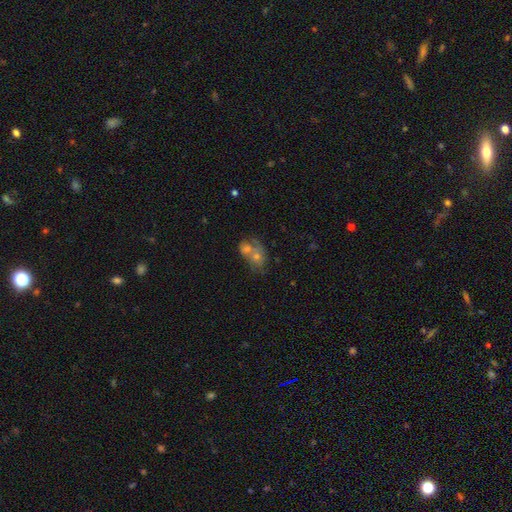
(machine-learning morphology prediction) The model was most divided on "smooth or featured": smooth: 46%, featured or disk: 32%, star or artifact: 22%. More confident: merging — merger (50%).